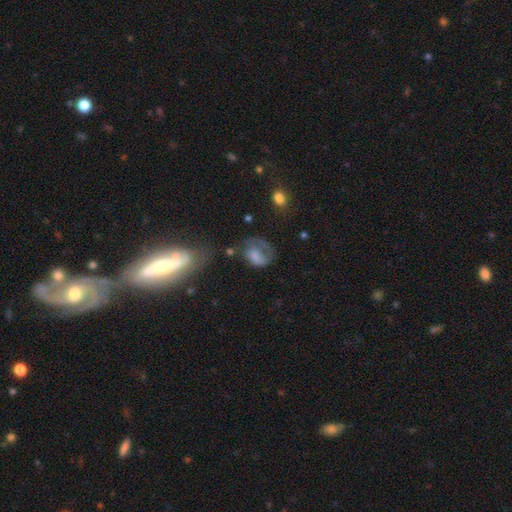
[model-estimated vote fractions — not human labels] Smooth or featured?
  - smooth: 55% *
  - featured or disk: 33%
  - star or artifact: 12%
How rounded?
  - in between: 61% *
  - round: 37%
  - cigar-shaped: 2%
Merging?
  - major disturbance: 40% *
  - none: 30%
  - minor disturbance: 24%
  - merger: 5%